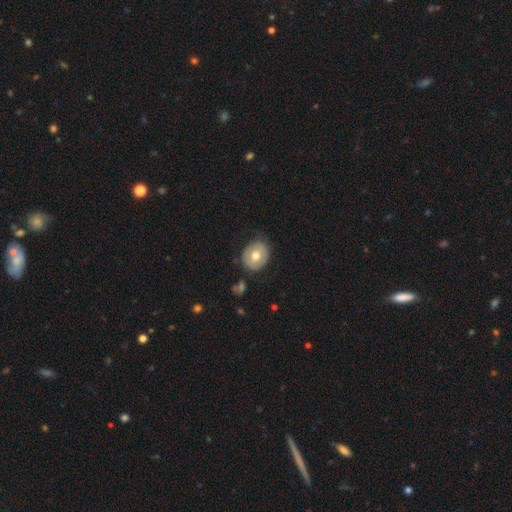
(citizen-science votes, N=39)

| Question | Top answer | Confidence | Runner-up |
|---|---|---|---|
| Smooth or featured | featured or disk | 54% | smooth (41%) |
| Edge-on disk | no | 95% | yes (5%) |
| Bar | no | 65% | weak (25%) |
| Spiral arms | yes | 75% | no (25%) |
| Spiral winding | medium | 47% | tied: loose (47%) |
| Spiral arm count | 2 | 87% | can't tell (13%) |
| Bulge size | moderate | 85% | dominant (10%) |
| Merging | none | 70% | minor disturbance (14%) |